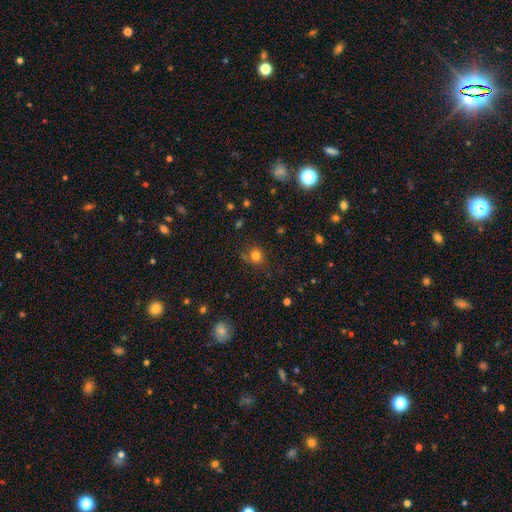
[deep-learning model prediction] This appears to be a smooth galaxy with no disk features (76%) that is round (84%). Merging: none (72%).